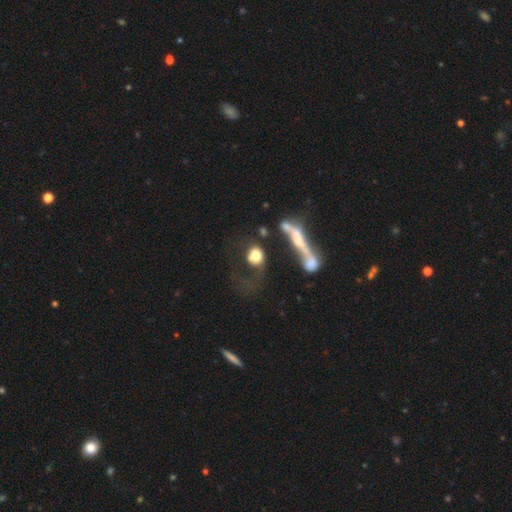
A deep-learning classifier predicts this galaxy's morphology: Smooth or featured: smooth — 65% (featured or disk — 25%)
How rounded: round — 62% (in between — 34%)
Merging: major disturbance — 31% (merger — 30%)